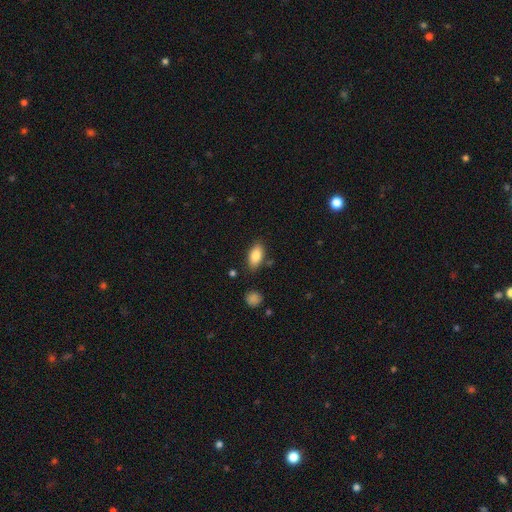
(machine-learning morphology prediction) type=smooth (84%); roundness=in between (91%); merging=none (82%).